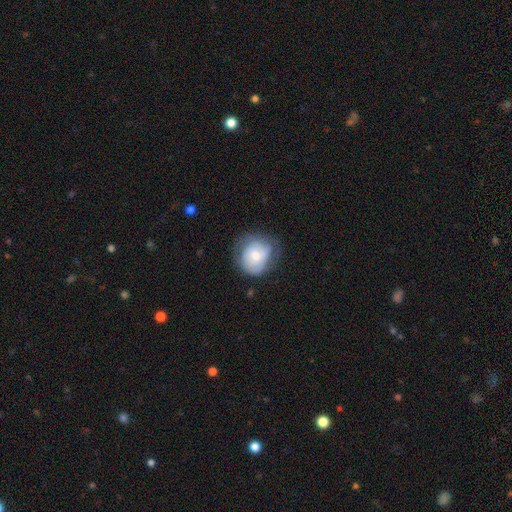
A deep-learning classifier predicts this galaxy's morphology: smooth_or_featured: smooth (p=0.56) [alt: featured or disk p=0.37]
how_rounded: round (p=0.68) [alt: in between p=0.32]
merging: none (p=0.50) [alt: minor disturbance p=0.33]